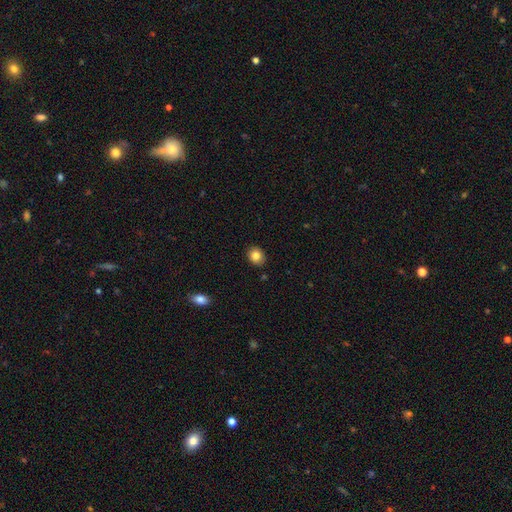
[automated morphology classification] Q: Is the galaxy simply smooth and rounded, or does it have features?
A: smooth — 84%.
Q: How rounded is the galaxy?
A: round — 60%.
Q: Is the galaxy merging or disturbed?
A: none — 90%.